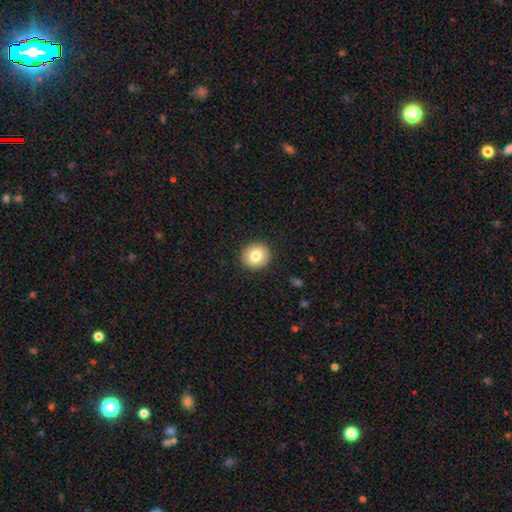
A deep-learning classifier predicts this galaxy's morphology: A smooth galaxy with no disk features (80%) that is round (89%).

Vote fractions:
- Smooth or featured? smooth: 80% / featured or disk: 11% / star or artifact: 9%
- How rounded? round: 89% / in between: 10% / cigar-shaped: 1%
- Merging? none: 92% / minor disturbance: 6% / major disturbance: 2% / merger: 1%